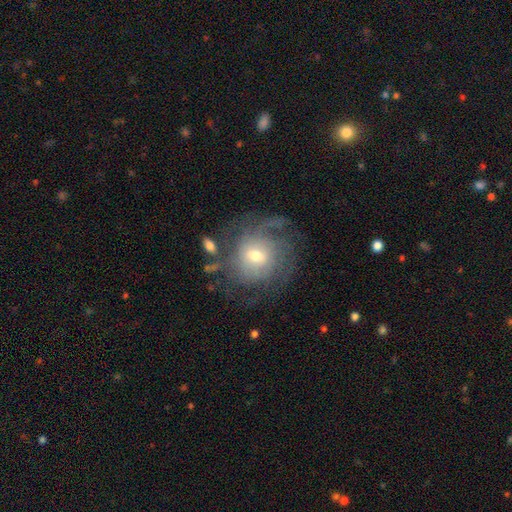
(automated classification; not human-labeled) smooth_or_featured: featured or disk (p=0.68) [alt: smooth p=0.23]
disk_edge_on: no (p=0.97) [alt: yes p=0.03]
bar: no (p=0.59) [alt: weak p=0.35]
has_spiral_arms: yes (p=0.82) [alt: no p=0.18]
spiral_winding: tight (p=0.45) [alt: medium p=0.34]
spiral_arm_count: can't tell (p=0.47) [alt: 2 p=0.17]
bulge_size: moderate (p=0.56) [alt: small p=0.36]
merging: none (p=0.55) [alt: major disturbance p=0.23]